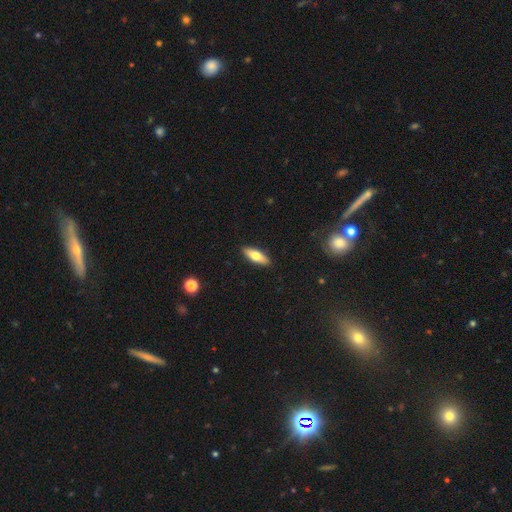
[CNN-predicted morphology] smooth 65%, featured or disk 28%, star or artifact 6%. Down the decision tree: how rounded — in between (57%); merging — none (90%).